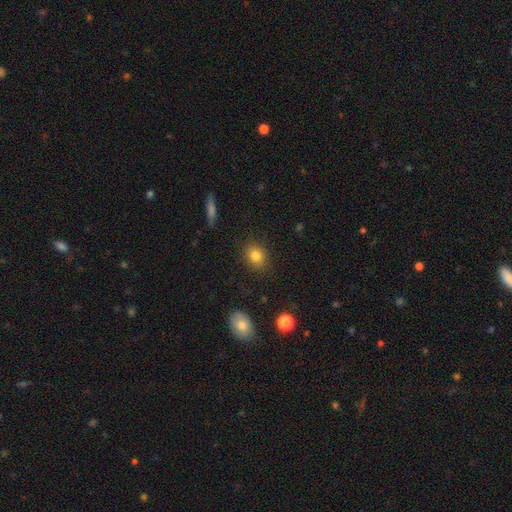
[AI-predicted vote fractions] smooth-or-featured: smooth: 82% | star or artifact: 11% | featured or disk: 7%
  how-rounded: round: 56% | in between: 43% | cigar-shaped: 1%
  merging: none: 87% | minor disturbance: 9% | major disturbance: 3% | merger: 1%